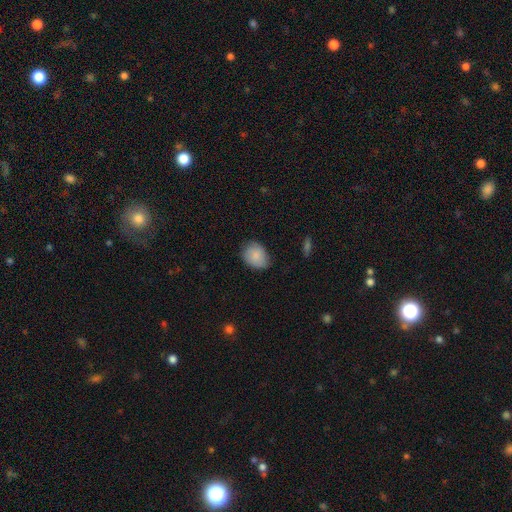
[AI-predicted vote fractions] Smooth or featured: smooth — 86% (featured or disk — 7%)
How rounded: in between — 53% (round — 46%)
Merging: none — 68% (minor disturbance — 27%)